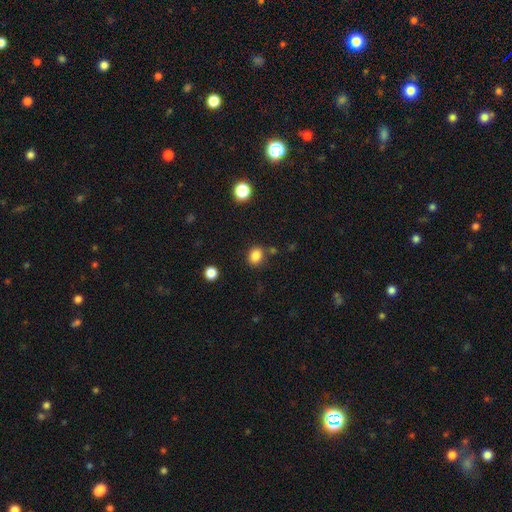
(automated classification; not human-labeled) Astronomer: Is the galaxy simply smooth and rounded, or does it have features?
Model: smooth — 84%.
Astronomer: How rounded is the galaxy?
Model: round — 61% (runner-up: in between, 38%).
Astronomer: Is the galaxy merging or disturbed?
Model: none — 80%.